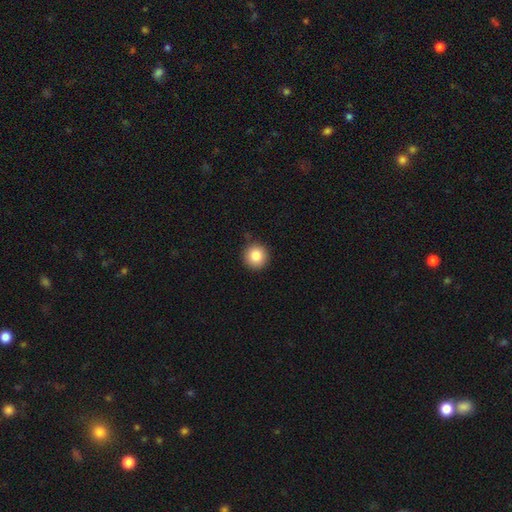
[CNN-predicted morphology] Overall: smooth (85%). How rounded: round (94%). Merging: none (87%).